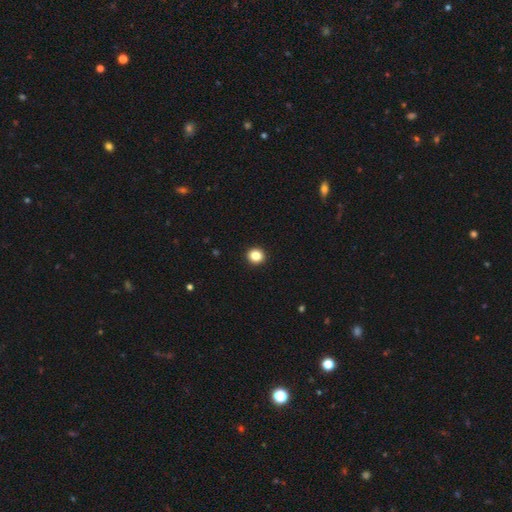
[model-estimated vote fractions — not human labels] A smooth galaxy with no disk features (85%) that is round (88%). Merging: none (93%).